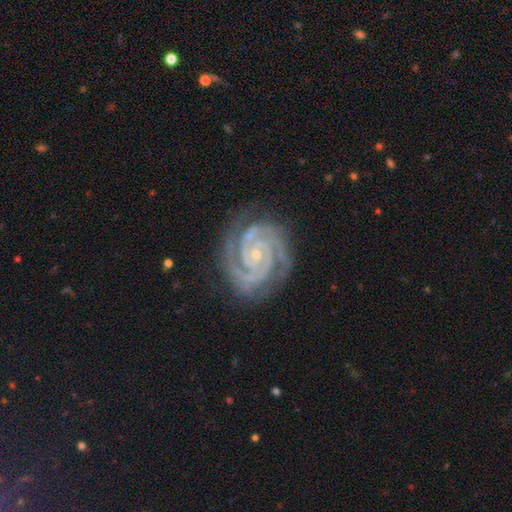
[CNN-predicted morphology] Q: Smooth or featured?
A: featured or disk (93%); runner-up: star or artifact (5%)
Q: Edge-on disk?
A: no (98%); runner-up: yes (2%)
Q: Bar?
A: no (65%); runner-up: weak (23%)
Q: Spiral arms?
A: yes (99%); runner-up: no (1%)
Q: Spiral winding?
A: tight (81%); runner-up: medium (18%)
Q: Spiral arm count?
A: 2 (67%); runner-up: 3 (19%)
Q: Bulge size?
A: small (82%); runner-up: moderate (14%)
Q: Merging?
A: none (81%); runner-up: minor disturbance (14%)